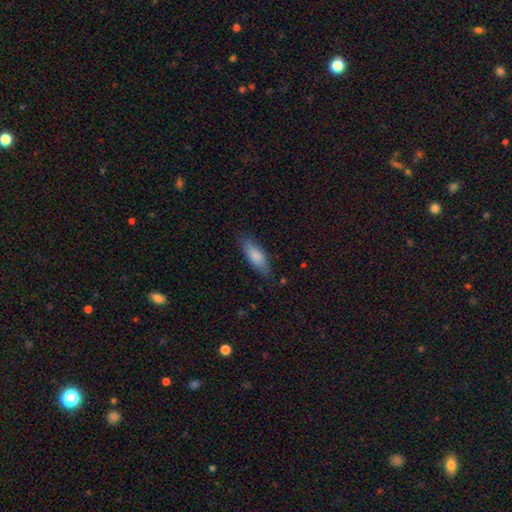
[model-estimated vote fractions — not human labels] The model was most divided on "how rounded": in between: 67%, cigar-shaped: 31%, round: 2%. More confident: smooth or featured — smooth (82%); merging — none (78%).